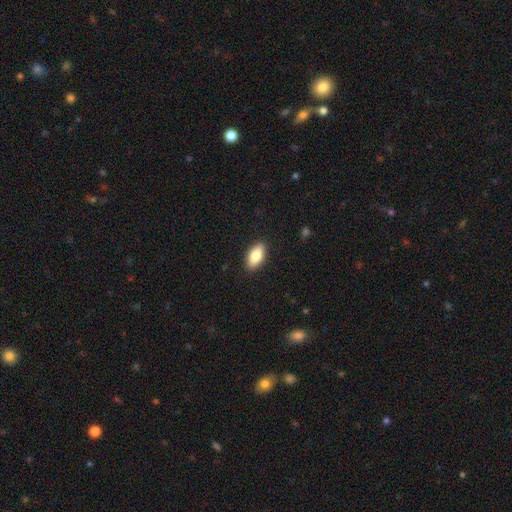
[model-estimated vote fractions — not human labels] Smooth or featured? smooth (82%)
How rounded? in between (88%)
Merging? none (89%)